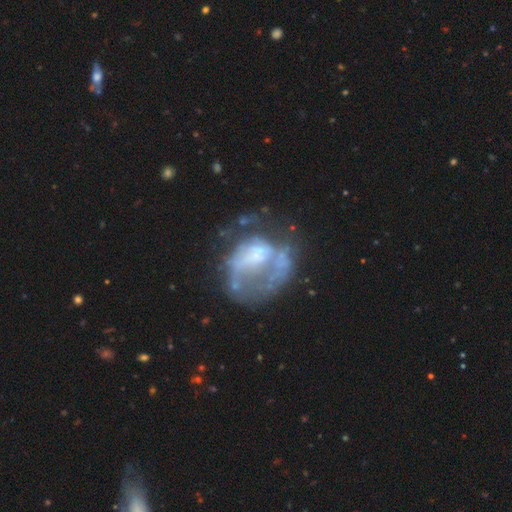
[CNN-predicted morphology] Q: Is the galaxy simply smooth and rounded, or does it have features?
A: featured or disk — 65%.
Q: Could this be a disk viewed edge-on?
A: no — 98%.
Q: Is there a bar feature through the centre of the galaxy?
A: no — 74%.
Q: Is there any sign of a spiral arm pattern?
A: no — 71%.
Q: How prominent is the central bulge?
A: none — 45%.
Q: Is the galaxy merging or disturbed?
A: major disturbance — 41%.